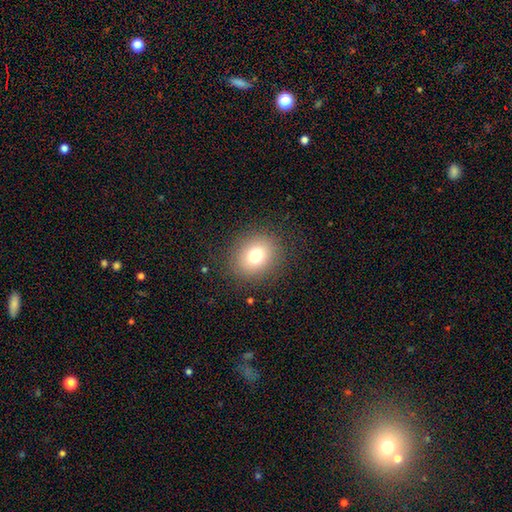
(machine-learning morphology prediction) Q: Smooth or featured?
A: smooth (76%); runner-up: star or artifact (13%)
Q: How rounded?
A: round (68%); runner-up: in between (31%)
Q: Merging?
A: none (86%); runner-up: minor disturbance (8%)